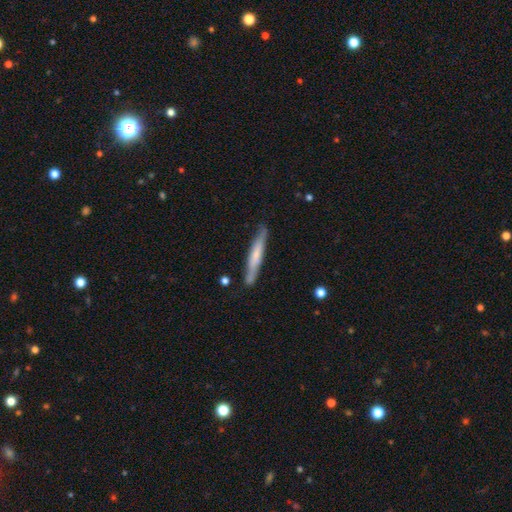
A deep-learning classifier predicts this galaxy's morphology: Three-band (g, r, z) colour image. It shows a smooth galaxy with no disk features (52%) that is cigar-shaped (94%). Merging: none (82%).